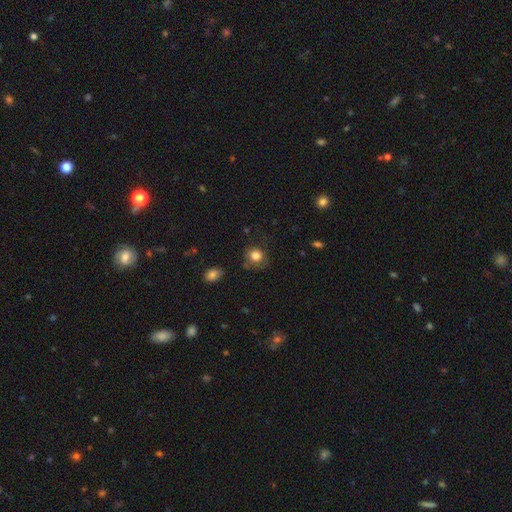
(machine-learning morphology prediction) type=smooth (82%); roundness=round (82%); merging=none (72%).